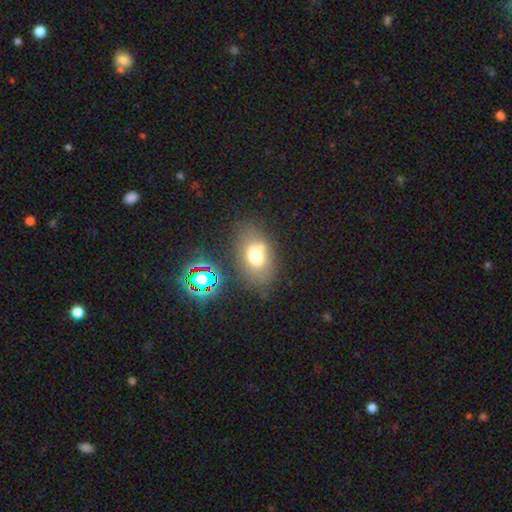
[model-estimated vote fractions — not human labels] smooth_or_featured: smooth (p=0.67) [alt: featured or disk p=0.18]
how_rounded: in between (p=0.79) [alt: round p=0.19]
merging: none (p=0.68) [alt: minor disturbance p=0.17]